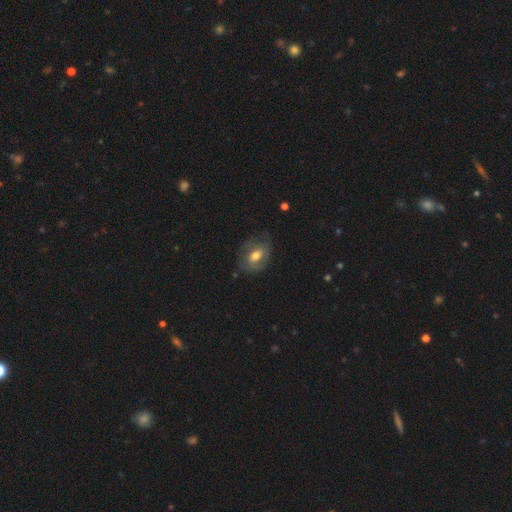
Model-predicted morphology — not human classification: Smooth or featured? smooth (57%)
How rounded? in between (73%)
Merging? none (62%)